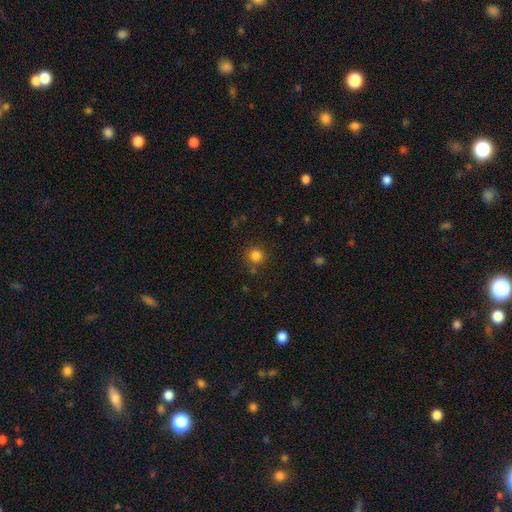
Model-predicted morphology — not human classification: smooth 82%, star or artifact 13%, featured or disk 5%. Down the decision tree: how rounded — round (92%); merging — none (83%).